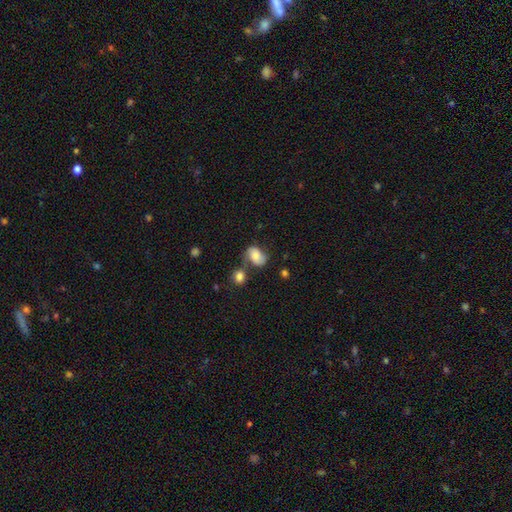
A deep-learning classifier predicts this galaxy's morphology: Smooth or featured? Predicted: smooth (p=0.59). How rounded? Predicted: in between (p=0.82). Merging? Predicted: none (p=0.45).